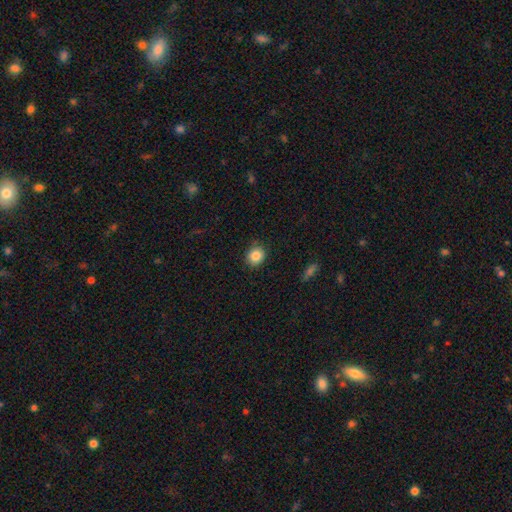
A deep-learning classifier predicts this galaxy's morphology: Smooth or featured?
  - smooth: 85% *
  - star or artifact: 9%
  - featured or disk: 5%
How rounded?
  - round: 74% *
  - in between: 25%
  - cigar-shaped: 1%
Merging?
  - none: 85% *
  - minor disturbance: 12%
  - major disturbance: 2%
  - merger: 1%